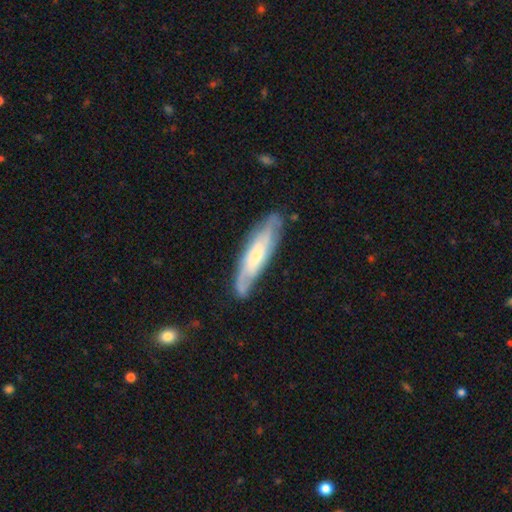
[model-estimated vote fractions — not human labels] featured or disk 64%, smooth 30%, star or artifact 5%. Down the decision tree: edge-on disk — no (62%); merging — none (77%).